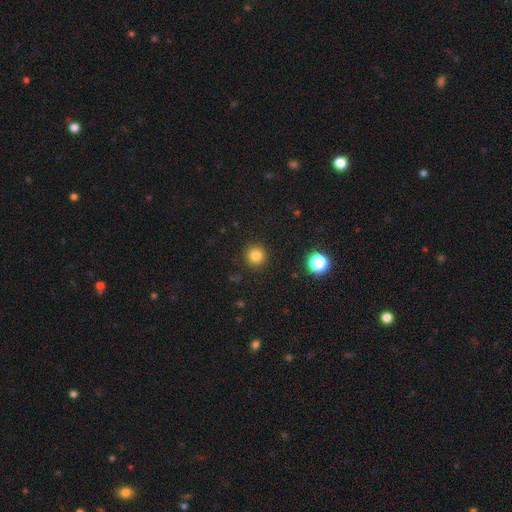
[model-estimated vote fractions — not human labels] This appears to be a smooth galaxy with no disk features (82%) that is round (94%). Merging: none (91%).